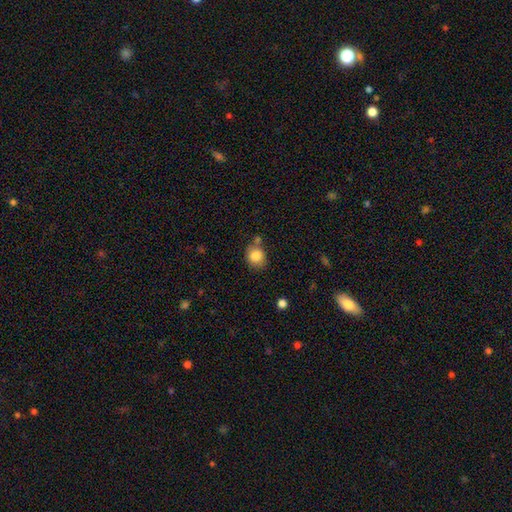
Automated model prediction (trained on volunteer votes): smooth_or_featured: smooth (p=0.85) [alt: star or artifact p=0.09]
how_rounded: round (p=0.73) [alt: in between p=0.26]
merging: none (p=0.66) [alt: minor disturbance p=0.18]